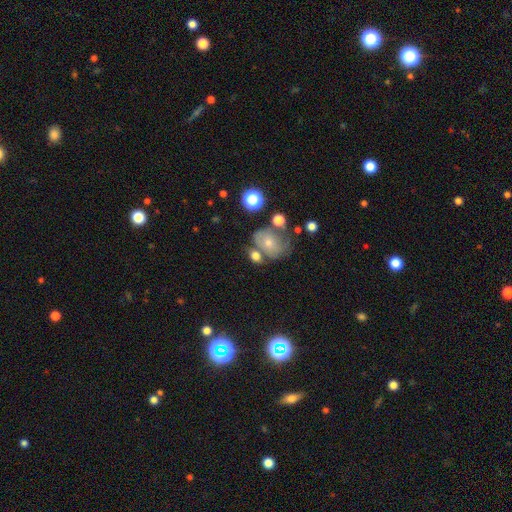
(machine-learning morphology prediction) Q: Smooth or featured?
A: smooth (57%); runner-up: featured or disk (31%)
Q: How rounded?
A: in between (57%); runner-up: round (42%)
Q: Merging?
A: none (42%); runner-up: merger (26%)